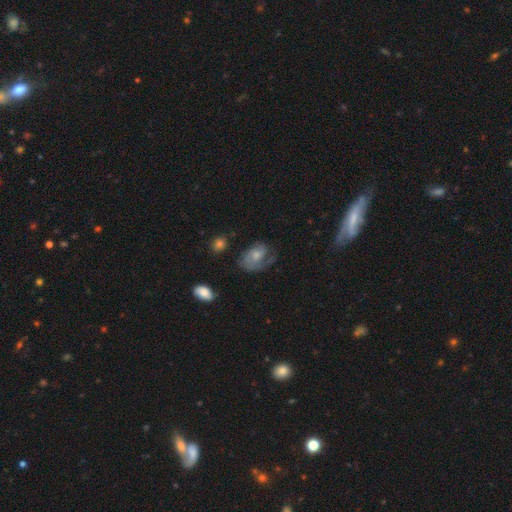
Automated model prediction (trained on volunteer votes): Smooth or featured: featured or disk — 65% (smooth — 27%)
Edge-on disk: no — 97% (yes — 3%)
Bar: no — 67% (weak — 29%)
Spiral arms: yes — 88% (no — 12%)
Spiral winding: medium — 41% (tight — 35%)
Spiral arm count: 1 — 45% (2 — 35%)
Bulge size: moderate — 47% (small — 35%)
Merging: none — 47% (major disturbance — 27%)